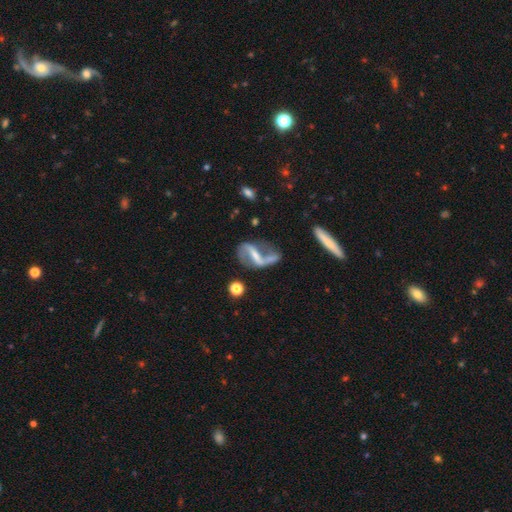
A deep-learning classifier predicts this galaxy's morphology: This appears to be a featured or disk galaxy (85%) with a strong bar (57%), 2 (89%) loose (72%) spiral arms (89%) and a small central bulge (52%). Merging: none (53%).